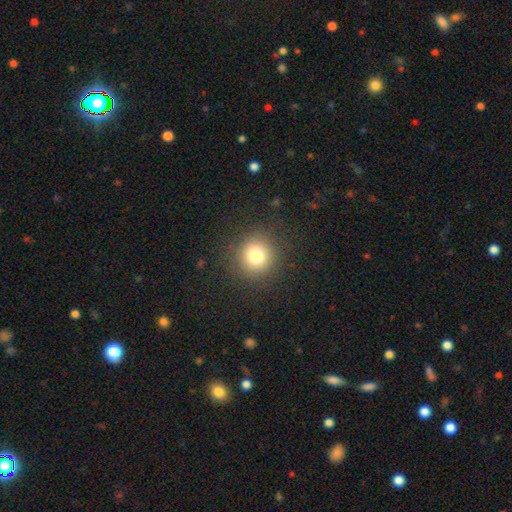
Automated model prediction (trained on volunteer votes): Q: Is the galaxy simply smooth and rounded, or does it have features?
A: smooth — 78%.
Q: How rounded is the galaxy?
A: round — 92%.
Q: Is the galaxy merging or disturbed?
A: none — 89%.